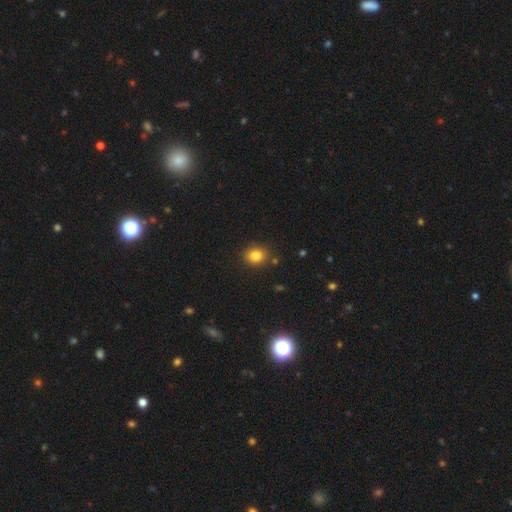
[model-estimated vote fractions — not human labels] smooth 83%, star or artifact 11%, featured or disk 5%. Down the decision tree: how rounded — round (67%); merging — none (84%).